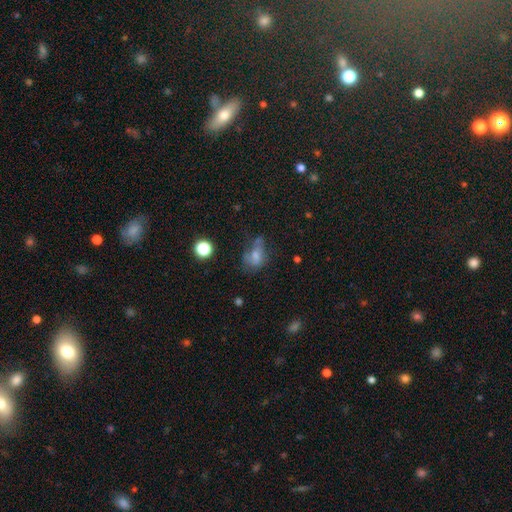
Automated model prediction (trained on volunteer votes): Smooth or featured? smooth (58%)
How rounded? in between (70%)
Merging? none (32%)